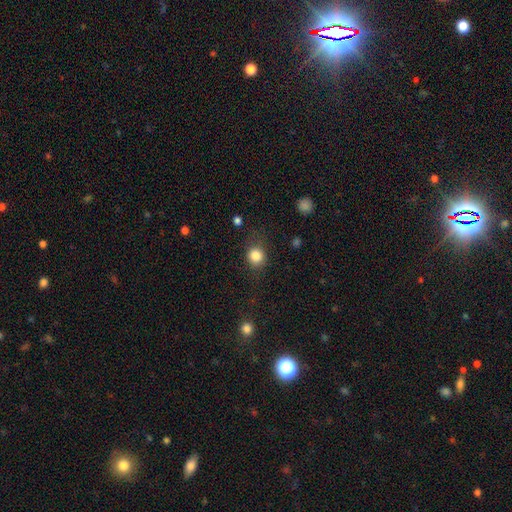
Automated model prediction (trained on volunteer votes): smooth 84%, star or artifact 10%, featured or disk 5%. Down the decision tree: how rounded — round (82%); merging — none (76%).